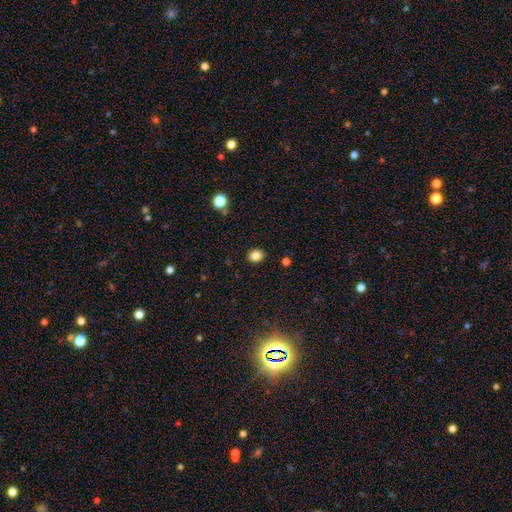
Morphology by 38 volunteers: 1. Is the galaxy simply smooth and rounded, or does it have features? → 92% smooth, 8% star or artifact, 0% featured or disk.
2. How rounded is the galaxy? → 63% round, 37% in between, 0% cigar-shaped.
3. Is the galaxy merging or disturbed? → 89% none, 9% minor disturbance, 3% major disturbance, 0% merger.